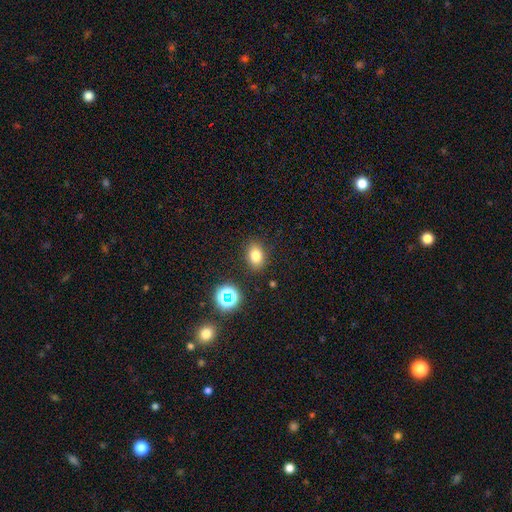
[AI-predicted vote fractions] Overall: smooth (77%). How rounded: in between (70%). Merging: none (85%).